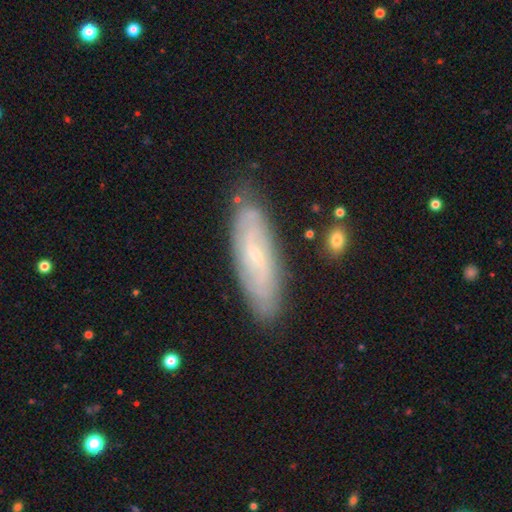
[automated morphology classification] A featured or disk galaxy (68%) with a weak bar (50%), spiral arms (82%) and a small central bulge (74%).

Vote fractions:
- Smooth or featured? featured or disk: 68% / smooth: 25% / star or artifact: 7%
- Edge-on disk? no: 81% / yes: 19%
- Bar? weak: 50% / no: 37% / strong: 13%
- Spiral arms? yes: 82% / no: 18%
- Bulge size? small: 74% / moderate: 20% / none: 5% / large: 1% / dominant: 1%
- Merging? none: 80% / minor disturbance: 15% / major disturbance: 3% / merger: 2%